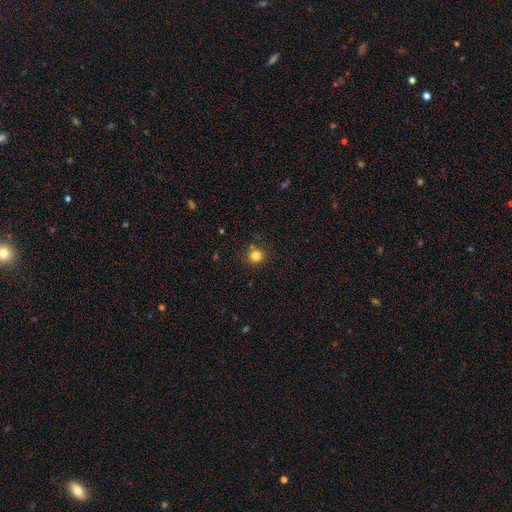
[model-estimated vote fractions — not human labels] A smooth galaxy with no disk features (81%) that is round (90%). Merging: none (81%).